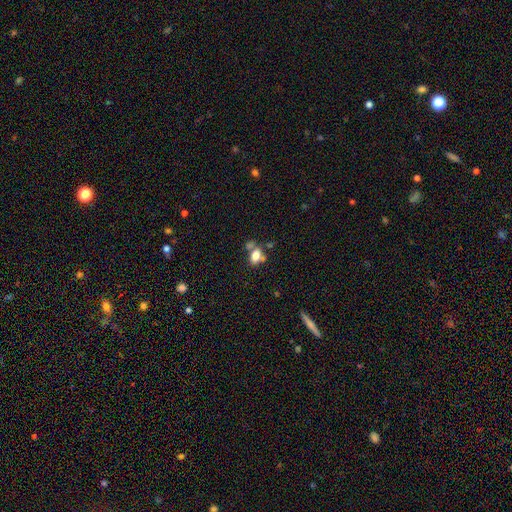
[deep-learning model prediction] This is likely a smooth galaxy (72%). How rounded: likely in between (78%). Merging: possibly none (45%).